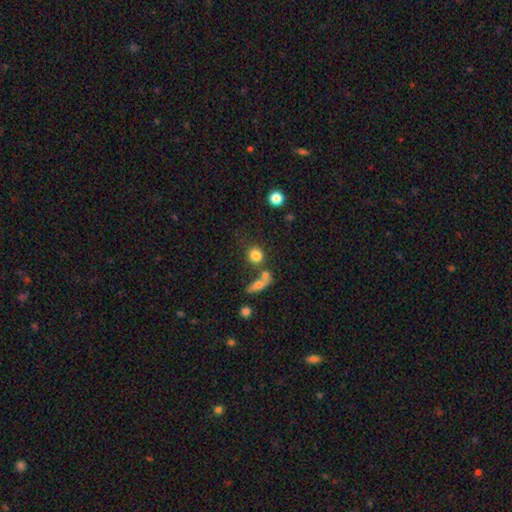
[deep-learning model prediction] Overall: smooth (81%). How rounded: round (76%). Merging: none (58%; merger 25%).